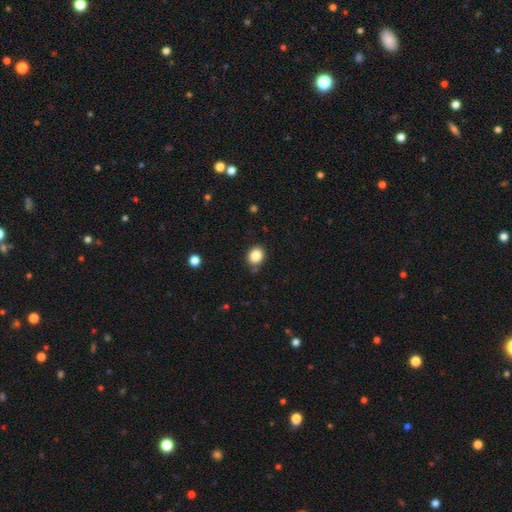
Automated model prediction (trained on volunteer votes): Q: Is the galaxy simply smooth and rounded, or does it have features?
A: smooth — 85%.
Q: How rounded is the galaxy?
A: round — 61%.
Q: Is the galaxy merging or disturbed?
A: none — 83%.